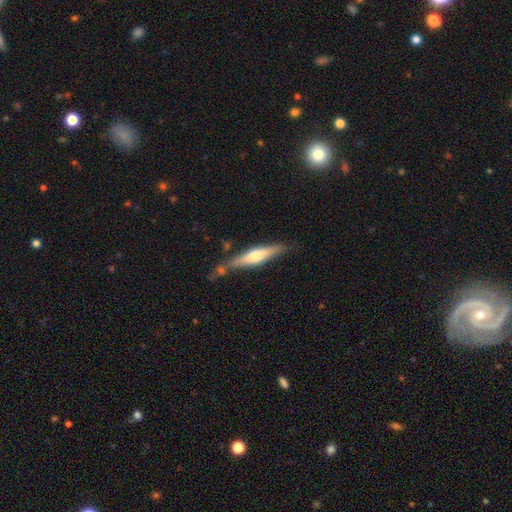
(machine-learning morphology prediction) Q: Smooth or featured?
A: featured or disk (51%); runner-up: smooth (44%)
Q: Edge-on disk?
A: yes (92%); runner-up: no (8%)
Q: Merging?
A: none (68%); runner-up: minor disturbance (18%)